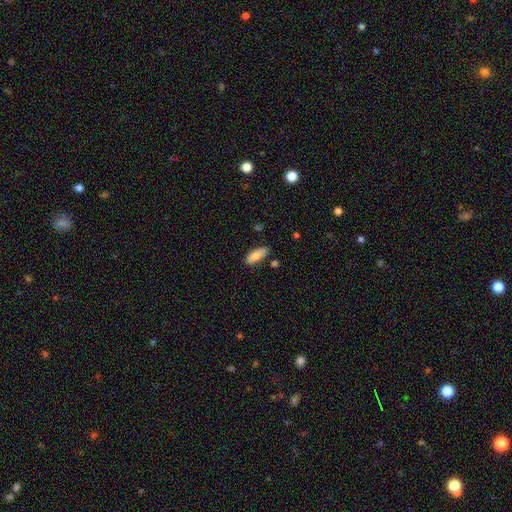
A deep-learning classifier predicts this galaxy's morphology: Smooth or featured? smooth (85%)
How rounded? in between (74%)
Merging? none (80%)